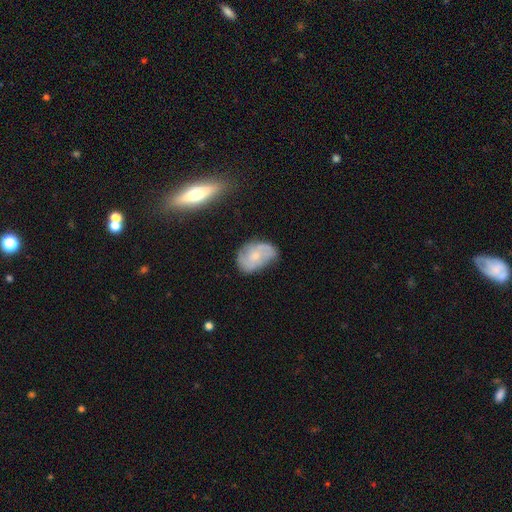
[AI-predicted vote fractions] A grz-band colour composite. It shows a featured or disk galaxy (54%) with no bar (77%), spiral arms (75%) and a small central bulge (64%). Merging: none (59%).